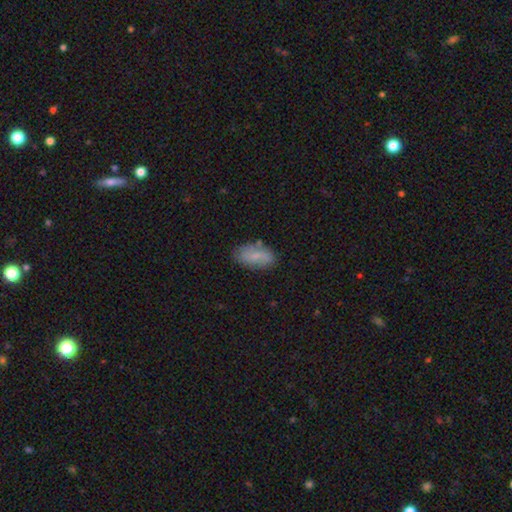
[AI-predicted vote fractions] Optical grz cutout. It shows a smooth galaxy with no disk features (61%) that is in between round and cigar-shaped (91%). Merging: none (75%).